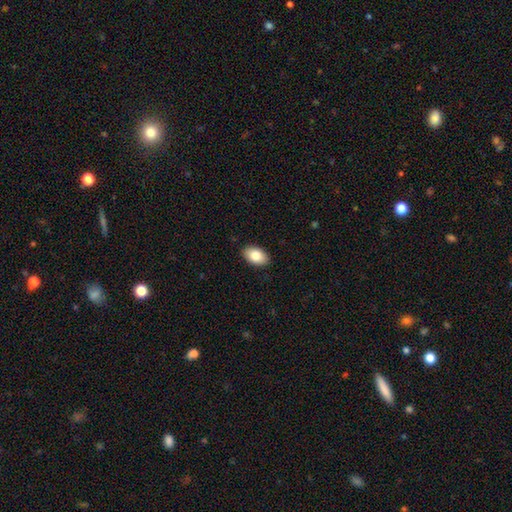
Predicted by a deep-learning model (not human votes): This appears to be a smooth galaxy with no disk features (84%) that is in between round and cigar-shaped (92%). Merging: none (89%).